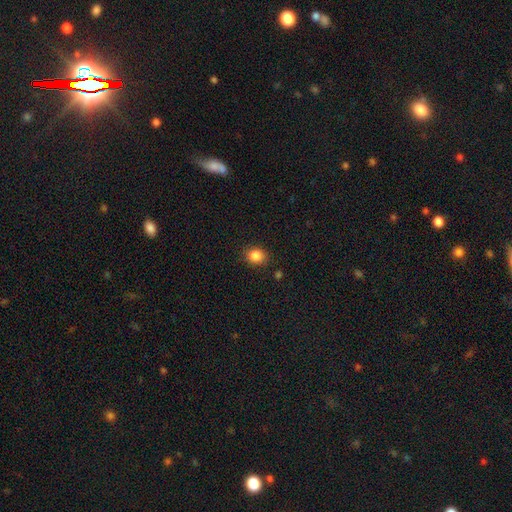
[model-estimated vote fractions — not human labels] The model was most divided on "how rounded": round: 65%, in between: 34%, cigar-shaped: 1%. More confident: merging — none (87%); smooth or featured — smooth (86%).